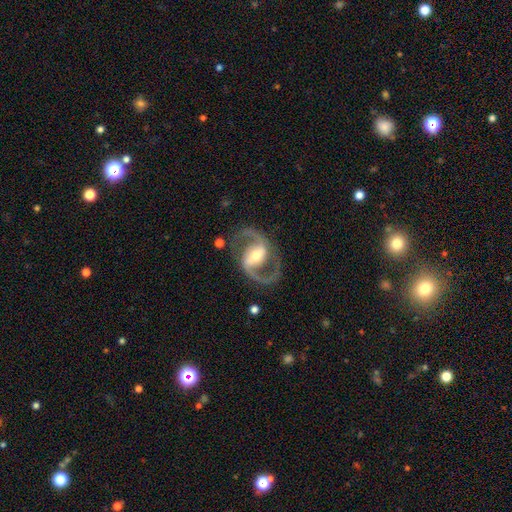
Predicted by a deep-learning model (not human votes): The model was most divided on "bar": strong: 52%, weak: 35%, no: 13%. More confident: edge-on disk — no (97%); spiral arms — yes (97%); spiral arm count — 2 (94%); smooth or featured — featured or disk (92%); merging — none (82%); spiral winding — medium (62%); bulge size — moderate (61%).